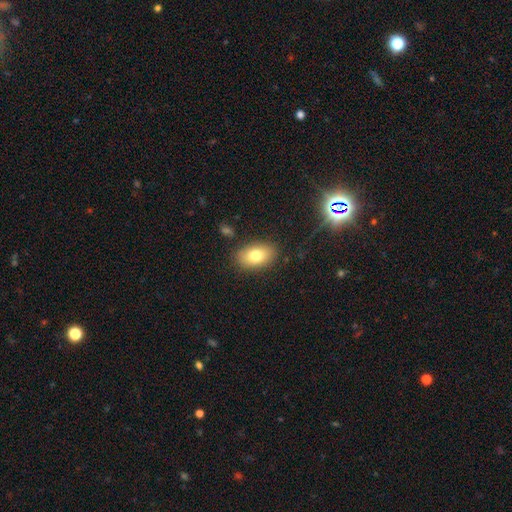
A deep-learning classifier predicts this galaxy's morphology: This is likely a smooth galaxy (77%). How rounded: clearly in between (87%). Merging: clearly none (85%).